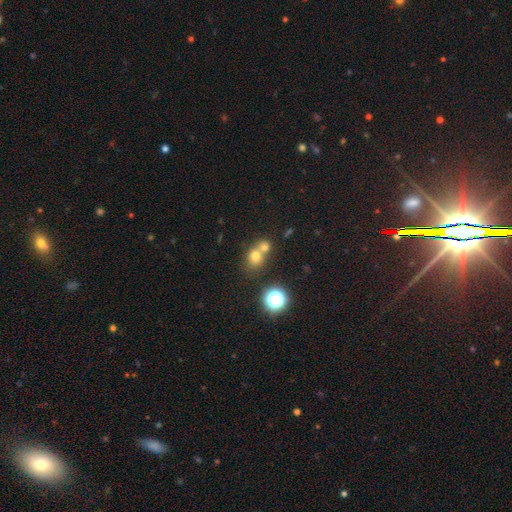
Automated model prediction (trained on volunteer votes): This appears to be a smooth galaxy with no disk features (70%) that is round (71%). Merging: merger (51%).